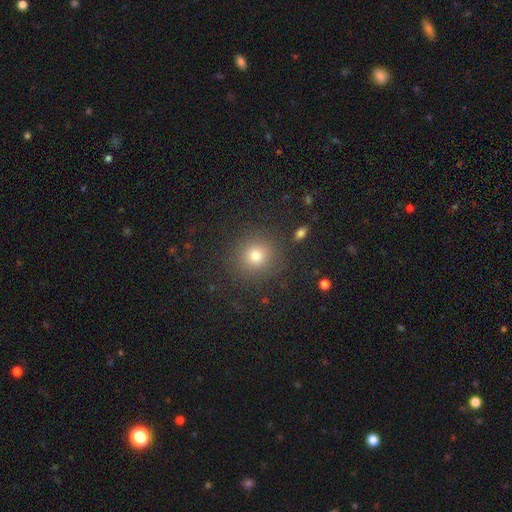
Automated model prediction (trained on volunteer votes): A smooth galaxy with no disk features (75%) that is round (93%).

Vote fractions:
- Smooth or featured? smooth: 75% / star or artifact: 17% / featured or disk: 8%
- How rounded? round: 93% / in between: 6% / cigar-shaped: 1%
- Merging? none: 88% / minor disturbance: 7% / major disturbance: 3% / merger: 2%